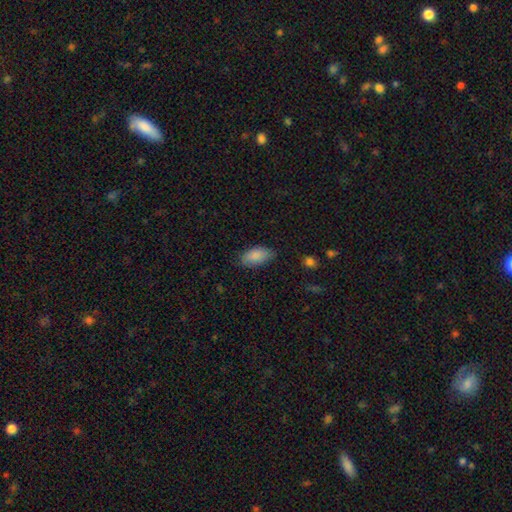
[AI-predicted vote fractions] Smooth or featured?
  - smooth: 86% *
  - featured or disk: 7%
  - star or artifact: 7%
How rounded?
  - in between: 93% *
  - cigar-shaped: 5%
  - round: 3%
Merging?
  - none: 73% *
  - minor disturbance: 22%
  - major disturbance: 4%
  - merger: 1%